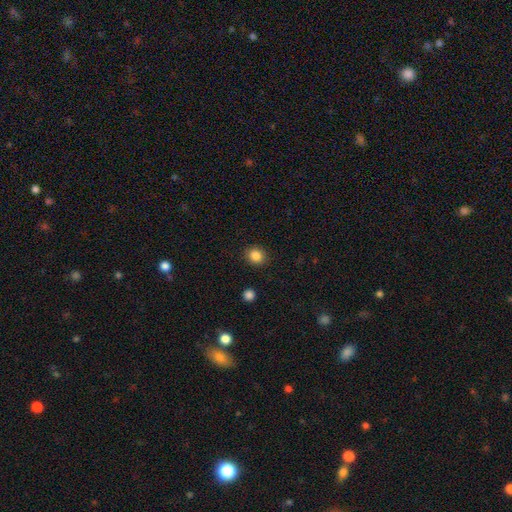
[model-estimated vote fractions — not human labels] smooth-or-featured: smooth: 86% | star or artifact: 10% | featured or disk: 4%
  how-rounded: round: 70% | in between: 29% | cigar-shaped: 1%
  merging: none: 90% | minor disturbance: 7% | major disturbance: 2% | merger: 1%